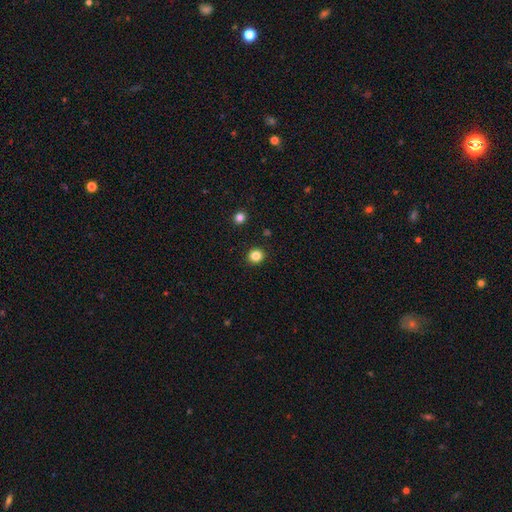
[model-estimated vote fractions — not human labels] Smooth or featured? smooth (84%)
How rounded? round (86%)
Merging? none (92%)